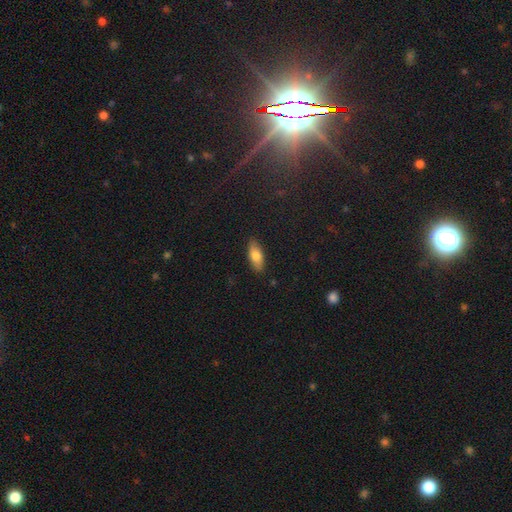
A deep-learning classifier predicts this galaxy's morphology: A smooth galaxy with no disk features (76%) that is in between round and cigar-shaped (79%). Merging: none (87%).